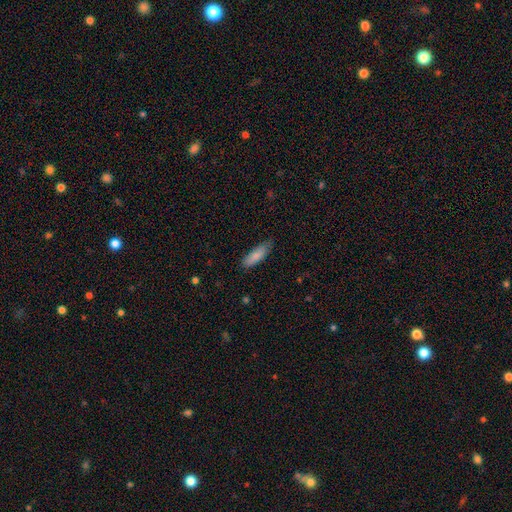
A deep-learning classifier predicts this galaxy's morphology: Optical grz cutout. It shows a smooth galaxy with no disk features (86%) that is in between round and cigar-shaped (55%). Merging: none (75%).